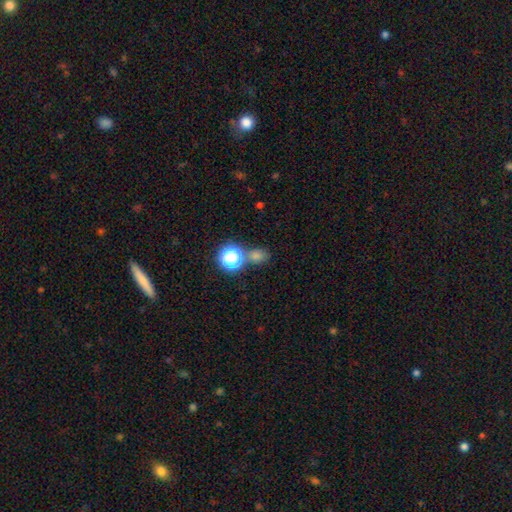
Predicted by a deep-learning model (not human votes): smooth_or_featured: smooth (p=0.60) [alt: star or artifact p=0.33]
how_rounded: round (p=0.69) [alt: in between p=0.29]
merging: none (p=0.68) [alt: merger p=0.18]